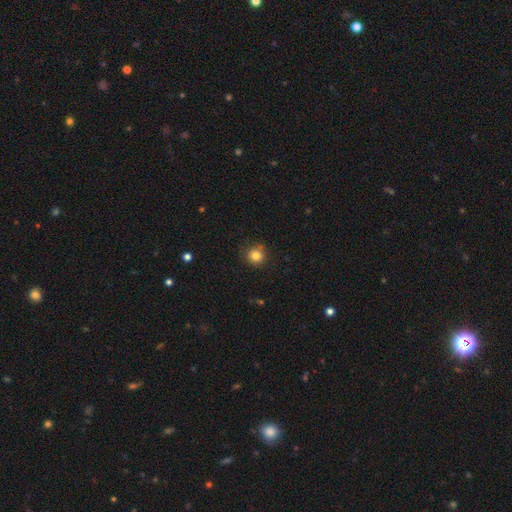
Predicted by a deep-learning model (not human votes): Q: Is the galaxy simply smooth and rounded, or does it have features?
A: smooth — 82%.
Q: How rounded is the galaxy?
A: round — 92%.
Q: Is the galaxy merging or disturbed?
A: none — 83%.